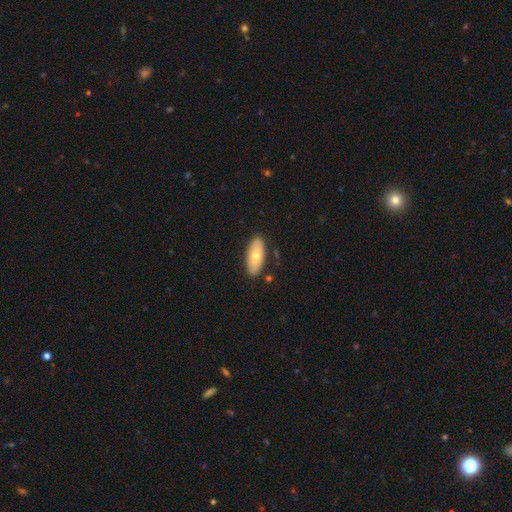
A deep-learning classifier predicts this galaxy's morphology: smooth-or-featured: smooth: 68% | featured or disk: 26% | star or artifact: 6%
  how-rounded: in between: 86% | cigar-shaped: 11% | round: 3%
  merging: none: 85% | minor disturbance: 11% | major disturbance: 2% | merger: 2%